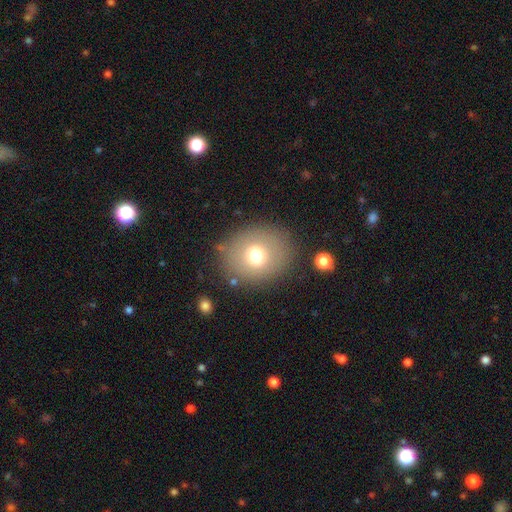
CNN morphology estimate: smooth-or-featured: smooth: 70% | featured or disk: 17% | star or artifact: 13%
  how-rounded: round: 72% | in between: 27% | cigar-shaped: 1%
  merging: none: 82% | minor disturbance: 10% | major disturbance: 5% | merger: 3%